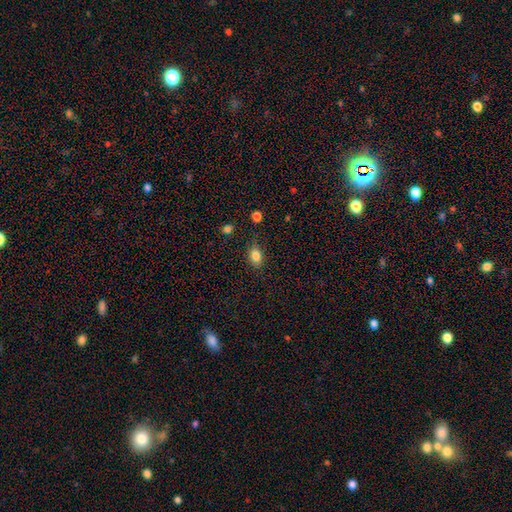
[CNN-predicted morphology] smooth_or_featured: smooth (p=0.83) [alt: star or artifact p=0.10]
how_rounded: in between (p=0.83) [alt: round p=0.15]
merging: none (p=0.76) [alt: minor disturbance p=0.18]